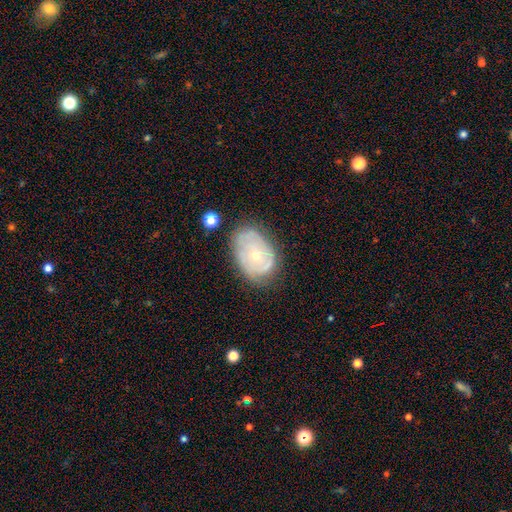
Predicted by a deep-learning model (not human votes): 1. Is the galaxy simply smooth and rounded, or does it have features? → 69% featured or disk, 24% smooth, 7% star or artifact.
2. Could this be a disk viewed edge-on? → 96% no, 4% yes.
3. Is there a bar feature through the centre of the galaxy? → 84% no, 14% weak, 3% strong.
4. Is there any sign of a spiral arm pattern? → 72% yes, 28% no.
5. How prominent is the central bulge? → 57% small, 40% moderate, 1% large, 1% none, 1% dominant.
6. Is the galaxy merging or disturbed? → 65% none, 25% minor disturbance, 8% major disturbance, 2% merger.